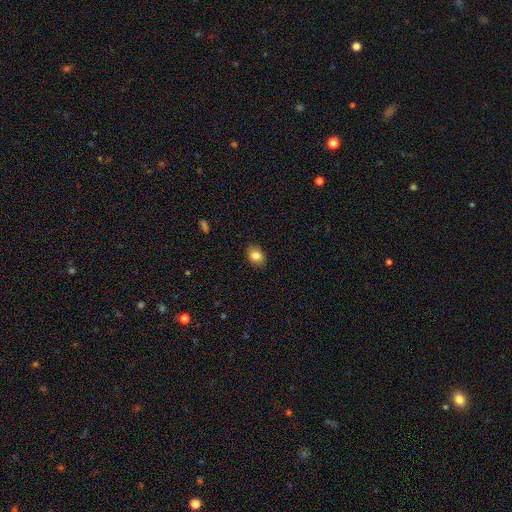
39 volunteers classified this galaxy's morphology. Q: Smooth or featured?
A: smooth (92%); runner-up: featured or disk (8%)
Q: How rounded?
A: in between (64%); runner-up: round (36%)
Q: Merging?
A: none (85%); runner-up: minor disturbance (10%)